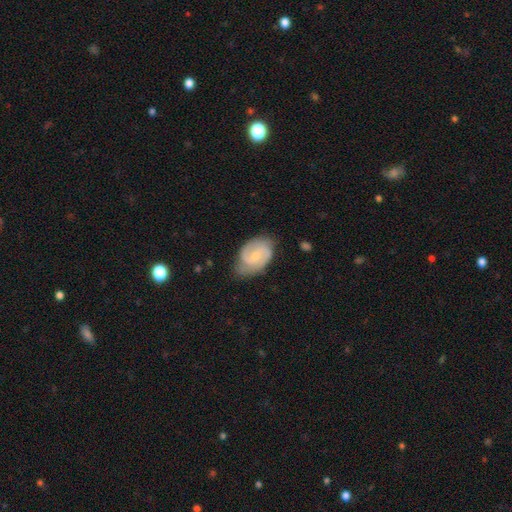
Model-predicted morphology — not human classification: Smooth or featured: featured or disk — 79% (smooth — 16%)
Edge-on disk: no — 98% (yes — 2%)
Bar: no — 47% (weak — 45%)
Spiral arms: yes — 95% (no — 5%)
Spiral winding: medium — 48% (tight — 38%)
Spiral arm count: 2 — 83% (can't tell — 8%)
Bulge size: small — 61% (moderate — 33%)
Merging: none — 70% (minor disturbance — 24%)